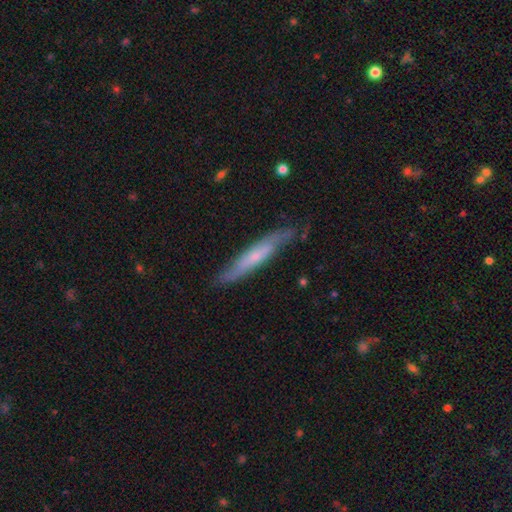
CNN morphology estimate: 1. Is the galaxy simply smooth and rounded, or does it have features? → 48% smooth, 46% featured or disk, 5% star or artifact.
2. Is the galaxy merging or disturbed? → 73% none, 21% minor disturbance, 5% major disturbance, 2% merger.